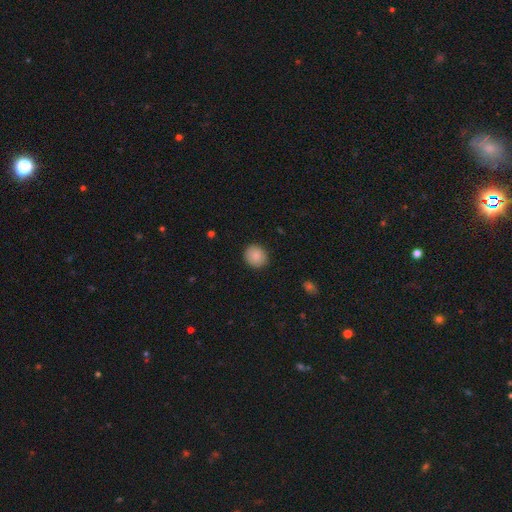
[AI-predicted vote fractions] A smooth galaxy with no disk features (87%) that is round (84%).

Vote fractions:
- Smooth or featured? smooth: 87% / star or artifact: 8% / featured or disk: 6%
- How rounded? round: 84% / in between: 15% / cigar-shaped: 1%
- Merging? none: 90% / minor disturbance: 7% / major disturbance: 2% / merger: 1%